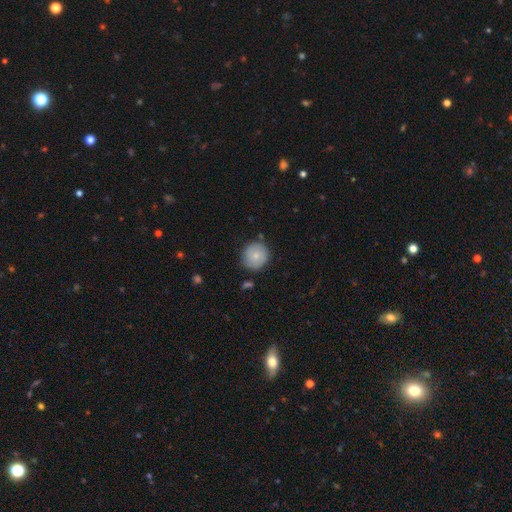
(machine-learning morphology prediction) Q: Smooth or featured?
A: smooth (72%); runner-up: featured or disk (21%)
Q: How rounded?
A: round (91%); runner-up: in between (8%)
Q: Merging?
A: none (79%); runner-up: minor disturbance (15%)